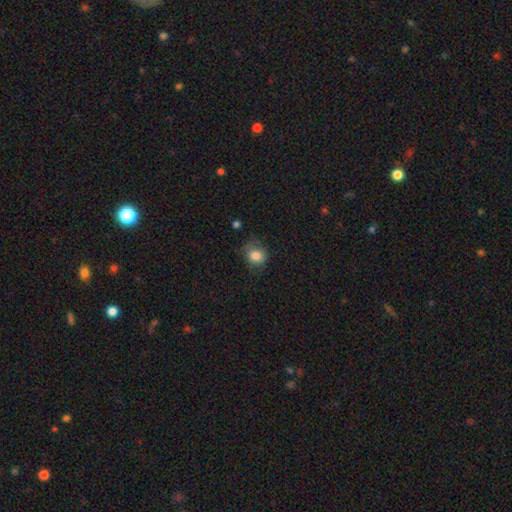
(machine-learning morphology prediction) Q: Smooth or featured?
A: smooth (83%); runner-up: star or artifact (10%)
Q: How rounded?
A: round (68%); runner-up: in between (31%)
Q: Merging?
A: none (61%); runner-up: minor disturbance (27%)